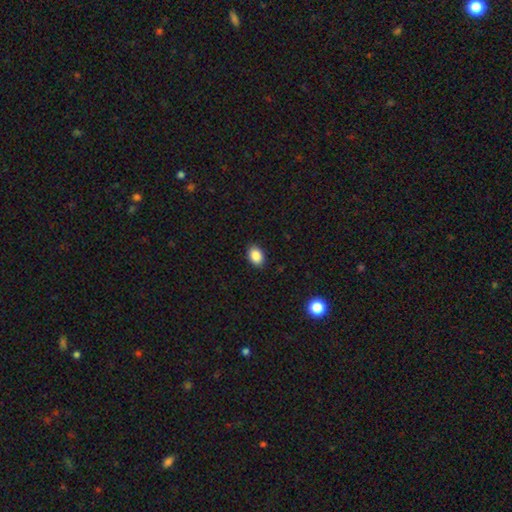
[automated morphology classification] Smooth or featured?
  - smooth: 88% *
  - star or artifact: 9%
  - featured or disk: 4%
How rounded?
  - in between: 77% *
  - round: 22%
  - cigar-shaped: 1%
Merging?
  - none: 89% *
  - minor disturbance: 8%
  - major disturbance: 2%
  - merger: 1%